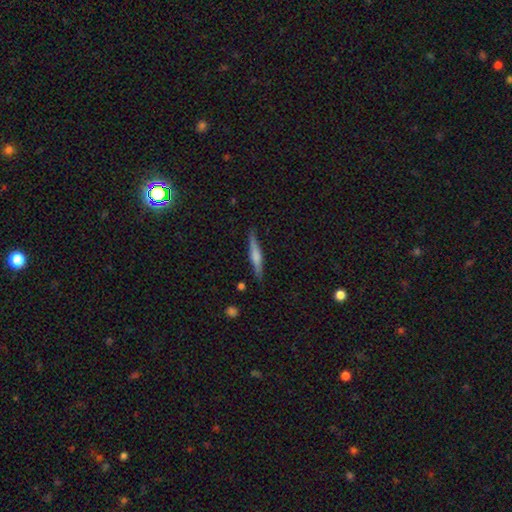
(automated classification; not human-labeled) Smooth or featured: featured or disk — 47% (tied with smooth — 47%)
Merging: none — 87% (minor disturbance — 10%)